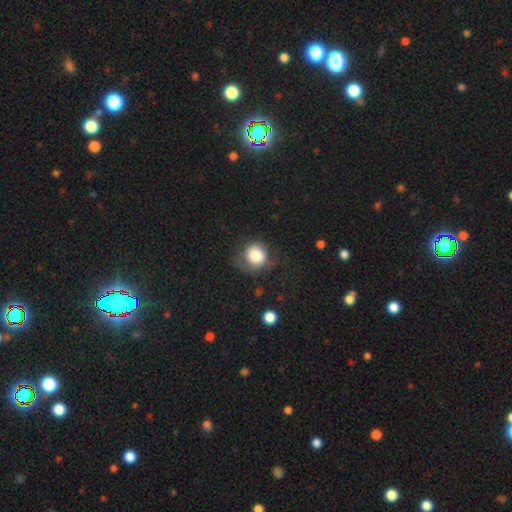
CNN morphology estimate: Overall: smooth (71%). How rounded: round (83%). Merging: none (53%; minor disturbance 25%).